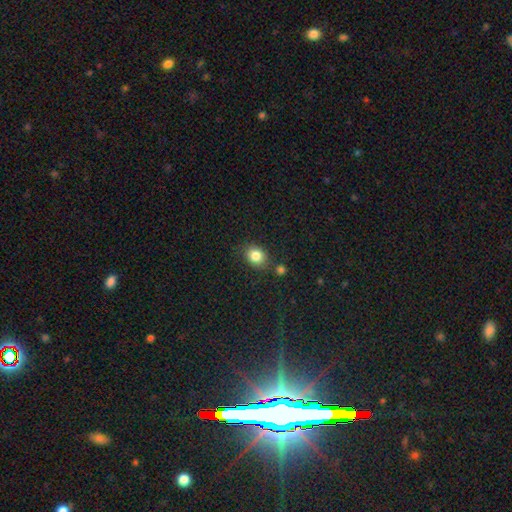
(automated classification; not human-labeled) Smooth or featured: smooth — 84% (star or artifact — 10%)
How rounded: round — 61% (in between — 38%)
Merging: none — 75% (minor disturbance — 13%)